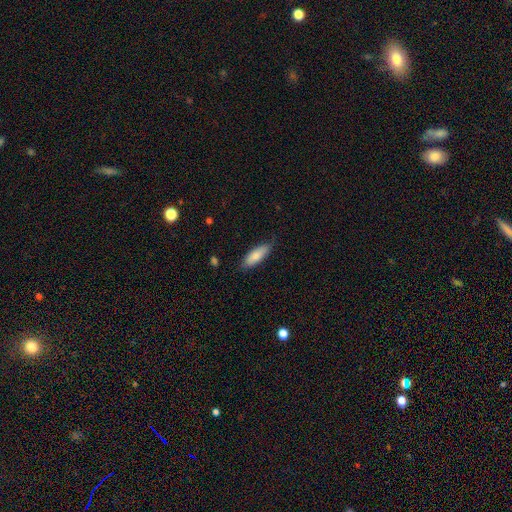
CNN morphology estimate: Q: Smooth or featured?
A: smooth (83%); runner-up: featured or disk (11%)
Q: How rounded?
A: in between (61%); runner-up: cigar-shaped (37%)
Q: Merging?
A: none (80%); runner-up: minor disturbance (16%)